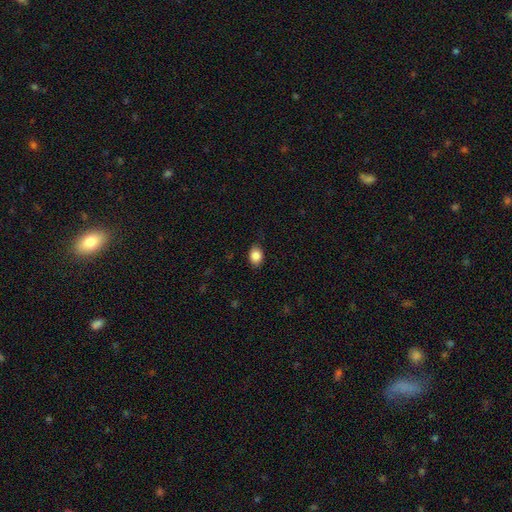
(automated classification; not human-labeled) A smooth galaxy with no disk features (87%) that is in between round and cigar-shaped (63%).

Vote fractions:
- Smooth or featured? smooth: 87% / star or artifact: 9% / featured or disk: 5%
- How rounded? in between: 63% / round: 36% / cigar-shaped: 1%
- Merging? none: 83% / minor disturbance: 13% / major disturbance: 3% / merger: 1%